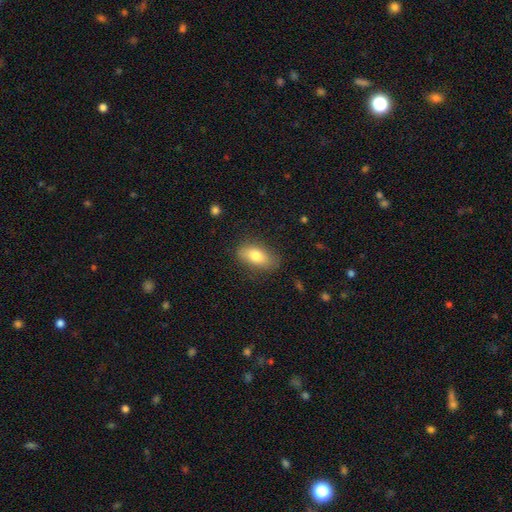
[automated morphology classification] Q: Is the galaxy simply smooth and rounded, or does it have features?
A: smooth — 78%.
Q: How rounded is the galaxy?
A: in between — 87%.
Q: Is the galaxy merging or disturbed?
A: none — 80%.